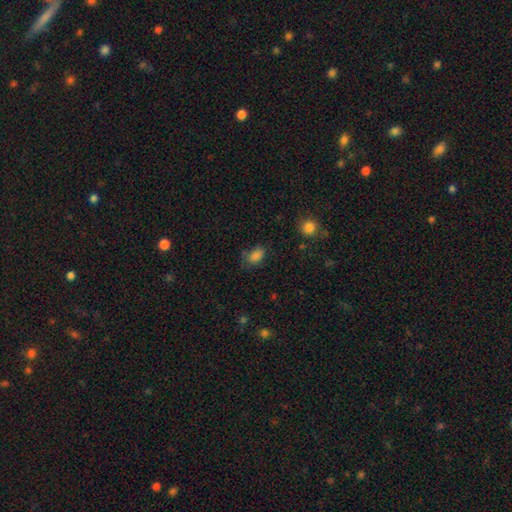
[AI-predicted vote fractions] A smooth galaxy with no disk features (83%) that is in between round and cigar-shaped (84%). Merging: none (64%).